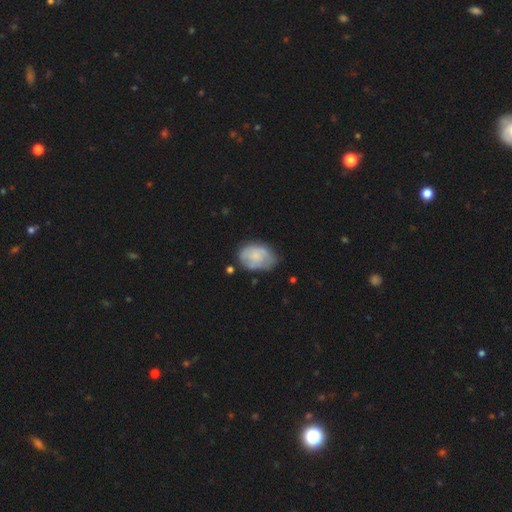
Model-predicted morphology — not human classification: type=smooth (57%); roundness=in between (79%); merging=none (57%).